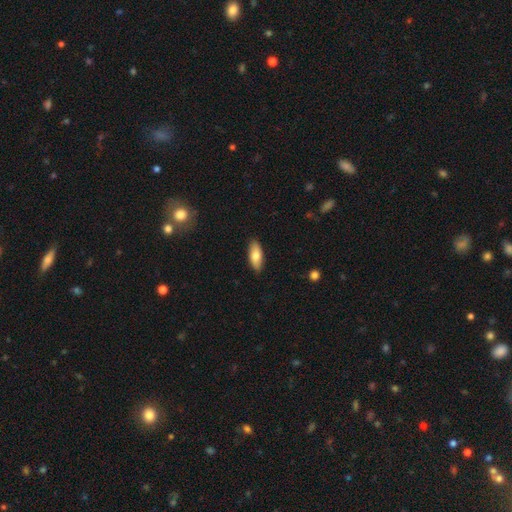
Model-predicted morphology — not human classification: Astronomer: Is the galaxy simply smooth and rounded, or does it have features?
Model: smooth — 77%.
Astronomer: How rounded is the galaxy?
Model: in between — 79%.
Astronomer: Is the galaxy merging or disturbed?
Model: none — 88%.